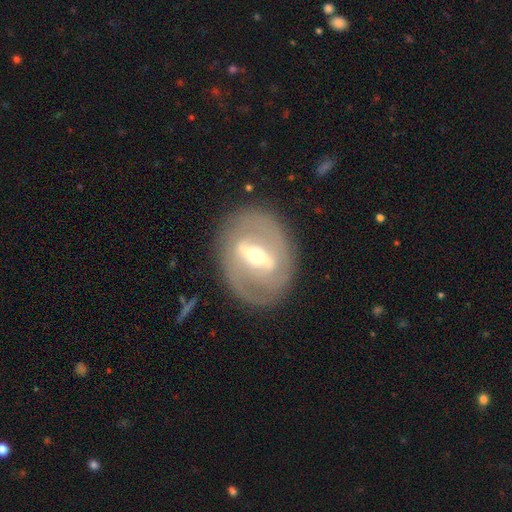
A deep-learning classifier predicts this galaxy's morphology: This appears to be a featured or disk galaxy (79%) with a strong bar (69%), no spiral arms (54%) and a moderate central bulge (61%). Merging: none (82%).